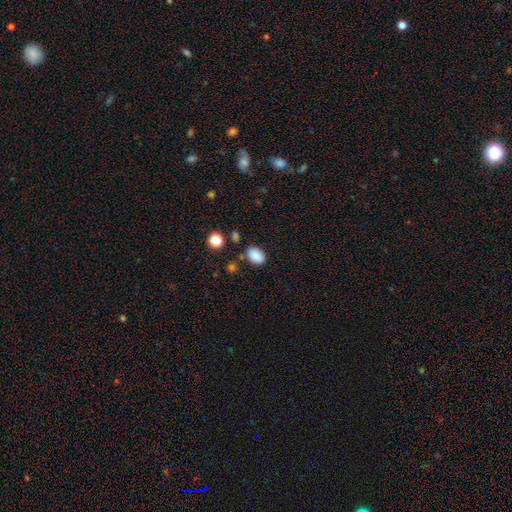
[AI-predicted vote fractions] Smooth or featured? Predicted: smooth (p=0.87). How rounded? Predicted: in between (p=0.81). Merging? Predicted: none (p=0.77).